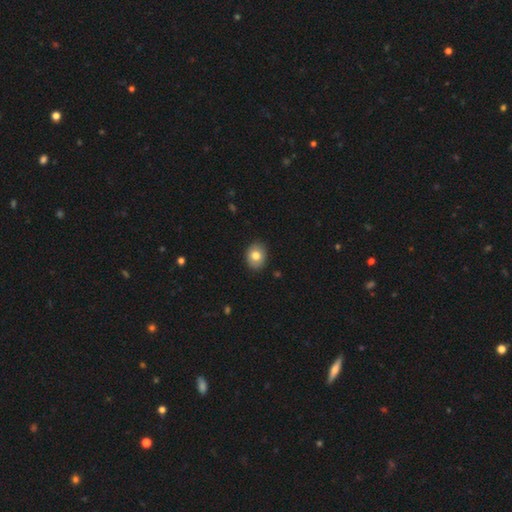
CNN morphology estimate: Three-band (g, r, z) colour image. It shows a smooth galaxy with no disk features (79%) that is round (51%). Merging: none (89%).